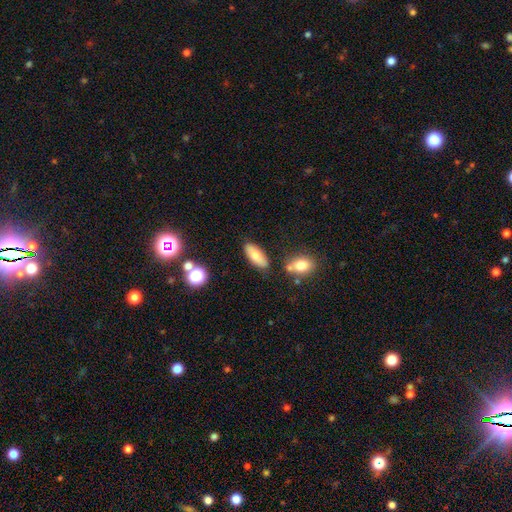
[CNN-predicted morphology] A smooth galaxy with no disk features (74%) that is in between round and cigar-shaped (75%).

Vote fractions:
- Smooth or featured? smooth: 74% / featured or disk: 17% / star or artifact: 9%
- How rounded? in between: 75% / cigar-shaped: 22% / round: 3%
- Merging? none: 81% / minor disturbance: 12% / merger: 5% / major disturbance: 3%